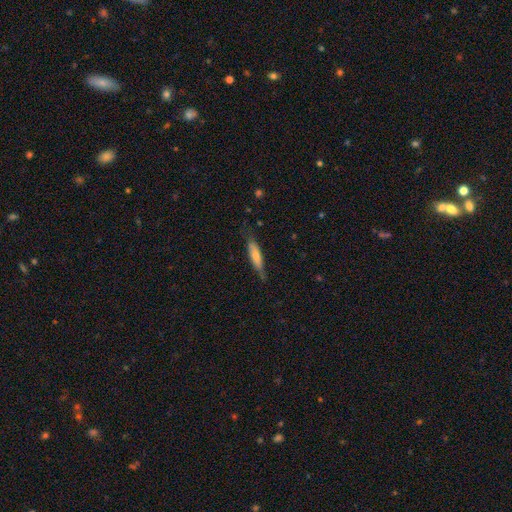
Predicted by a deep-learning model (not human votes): smooth 62%, featured or disk 32%, star or artifact 6%. Down the decision tree: how rounded — cigar-shaped (77%); merging — none (68%).